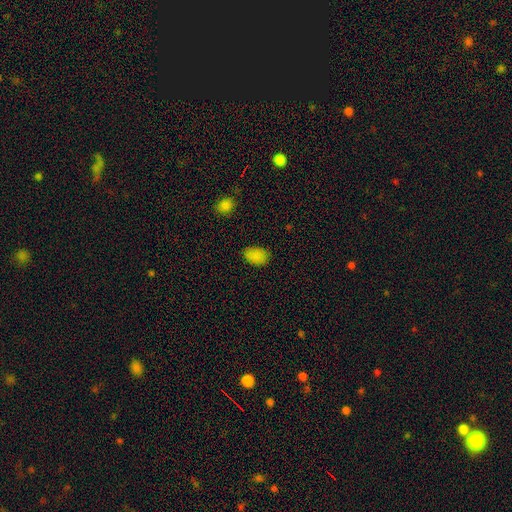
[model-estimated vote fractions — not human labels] This is clearly a smooth galaxy (86%). How rounded: clearly in between (85%). Merging: clearly none (83%).